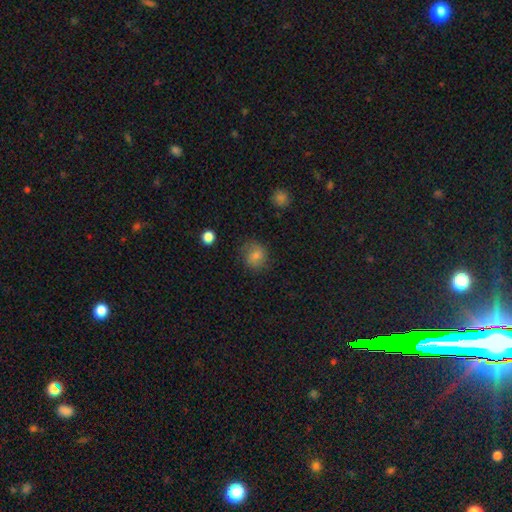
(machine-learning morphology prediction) A smooth galaxy with no disk features (67%) that is round (82%). Merging: none (76%).